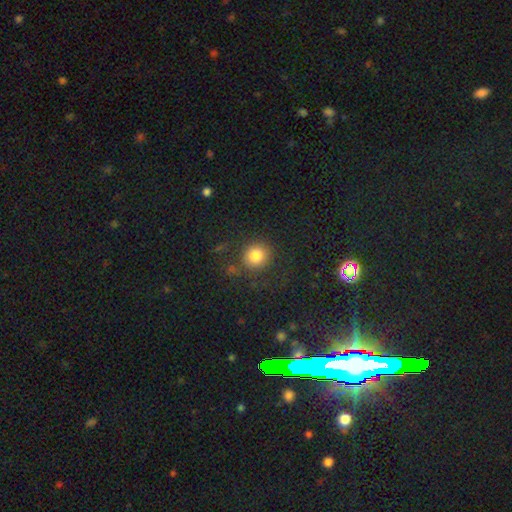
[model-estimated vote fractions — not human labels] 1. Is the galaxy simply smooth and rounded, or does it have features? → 83% smooth, 11% star or artifact, 6% featured or disk.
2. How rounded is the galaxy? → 85% round, 14% in between, 1% cigar-shaped.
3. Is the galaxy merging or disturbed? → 82% none, 10% minor disturbance, 5% major disturbance, 3% merger.